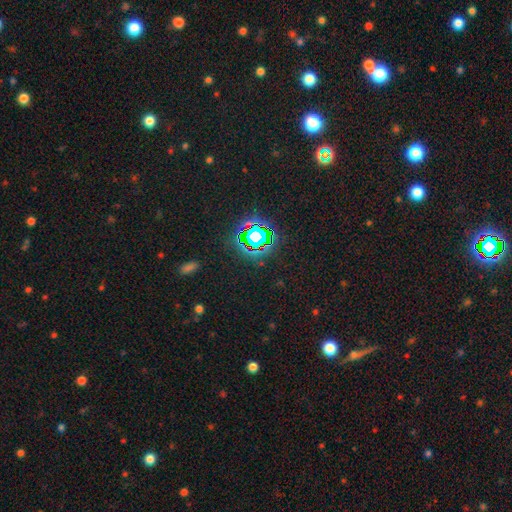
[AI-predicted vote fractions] Smooth or featured?
  - star or artifact: 77% *
  - smooth: 16%
  - featured or disk: 7%